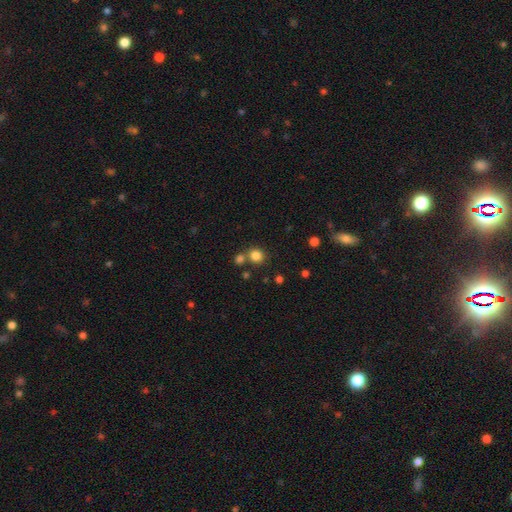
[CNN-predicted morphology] type=smooth (82%); roundness=round (87%); merging=none (67%).